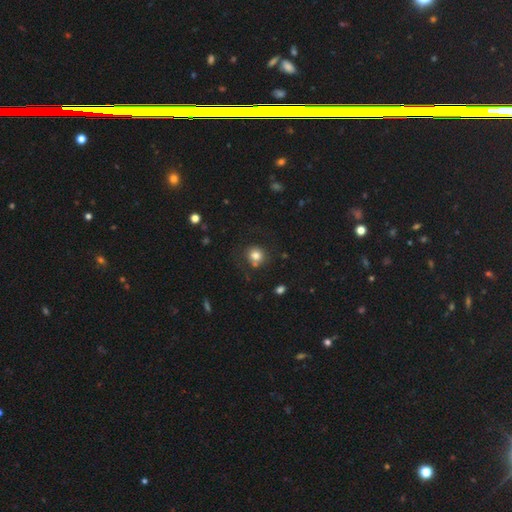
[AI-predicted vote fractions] Morphology: type=smooth (79%); roundness=round (86%); merging=none (73%).